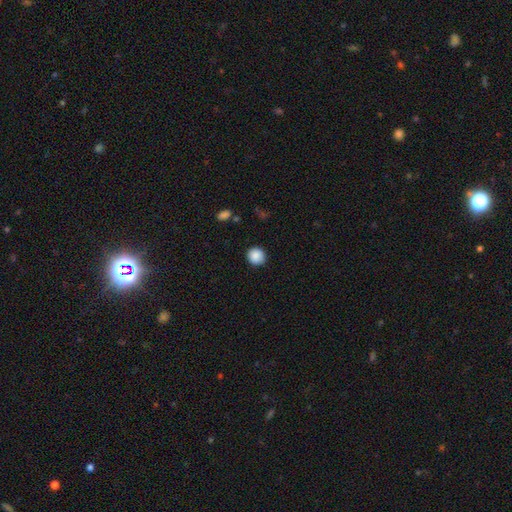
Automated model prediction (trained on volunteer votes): Q: Smooth or featured?
A: smooth (88%); runner-up: star or artifact (8%)
Q: How rounded?
A: round (90%); runner-up: in between (9%)
Q: Merging?
A: none (88%); runner-up: minor disturbance (9%)